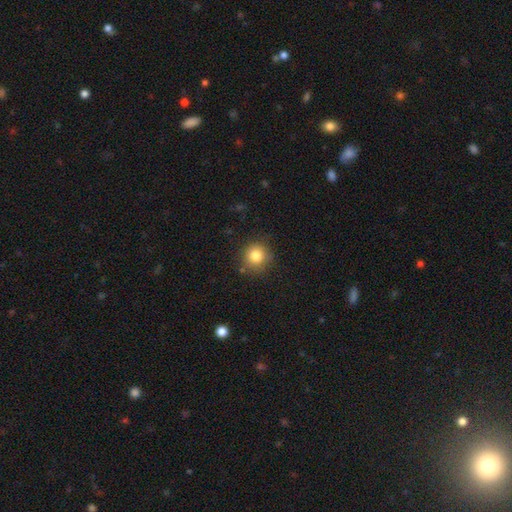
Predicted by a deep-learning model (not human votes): Smooth or featured? Predicted: smooth (p=0.83). How rounded? Predicted: round (p=0.93). Merging? Predicted: none (p=0.84).